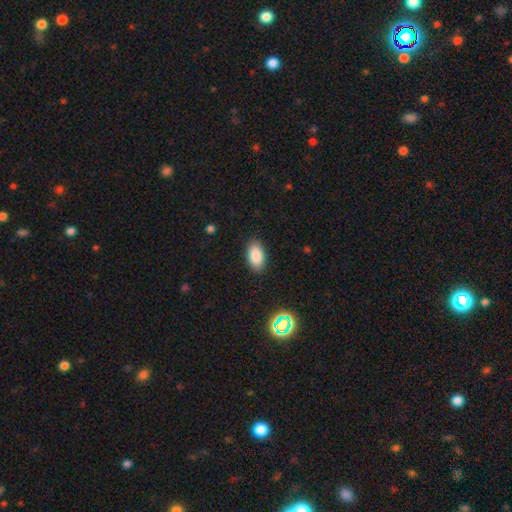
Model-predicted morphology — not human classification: Smooth or featured? smooth (87%)
How rounded? in between (93%)
Merging? none (88%)